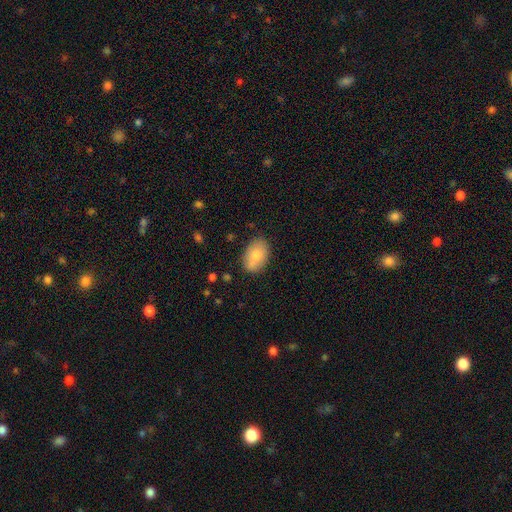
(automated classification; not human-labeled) This is clearly a smooth galaxy (81%). How rounded: clearly in between (89%). Merging: likely none (78%).